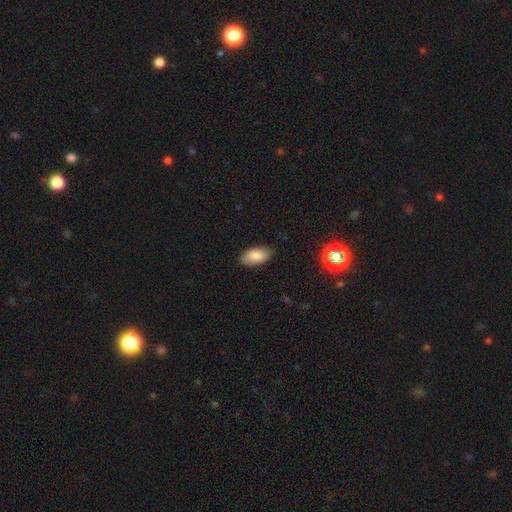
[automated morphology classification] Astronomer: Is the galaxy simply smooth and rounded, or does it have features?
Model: smooth — 85%.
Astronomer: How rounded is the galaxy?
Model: in between — 94%.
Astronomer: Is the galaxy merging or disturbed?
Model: none — 83%.